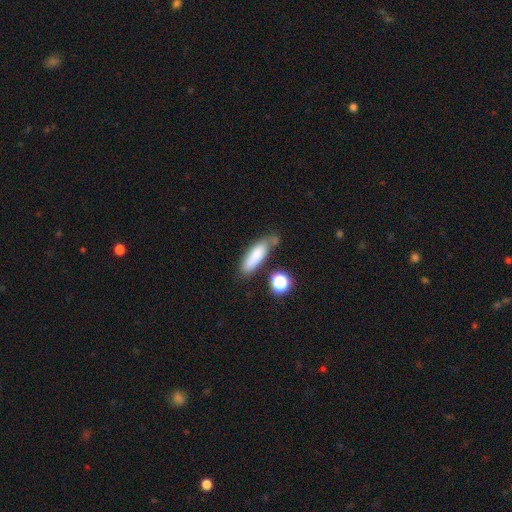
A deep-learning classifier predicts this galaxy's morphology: This appears to be a smooth galaxy with no disk features (76%) that is cigar-shaped (49%). Merging: none (55%).